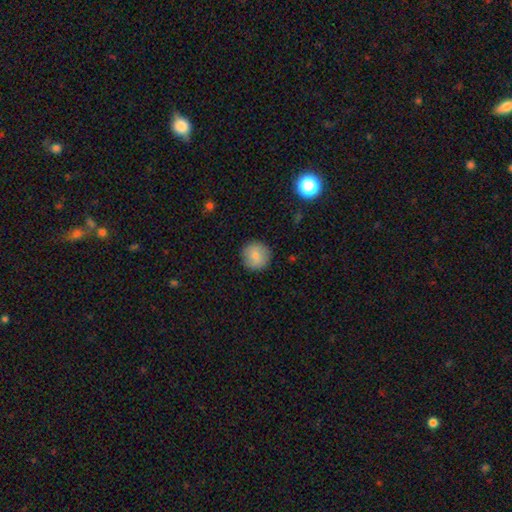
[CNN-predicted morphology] smooth 81%, featured or disk 11%, star or artifact 8%. Down the decision tree: how rounded — round (95%); merging — none (90%).